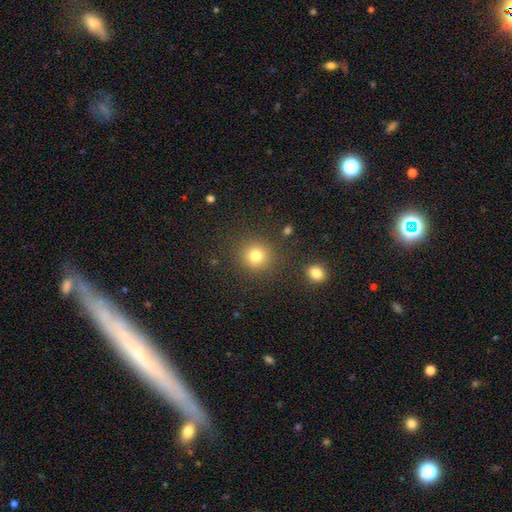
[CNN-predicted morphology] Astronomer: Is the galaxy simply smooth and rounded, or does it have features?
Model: smooth — 79%.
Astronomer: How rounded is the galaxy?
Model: round — 92%.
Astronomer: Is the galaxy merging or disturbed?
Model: none — 87%.